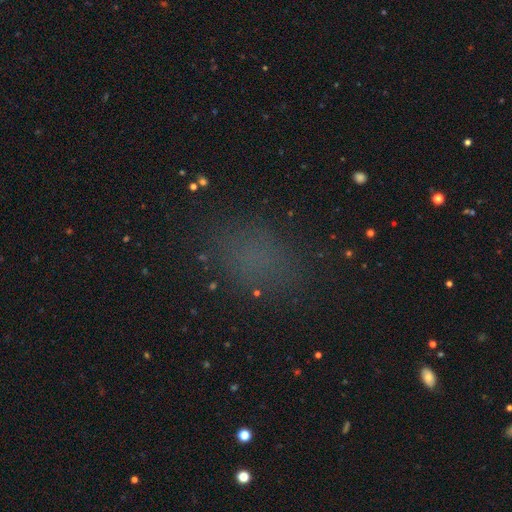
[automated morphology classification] The model was most divided on "how rounded": in between: 65%, round: 32%, cigar-shaped: 3%. More confident: merging — none (80%); smooth or featured — smooth (65%).